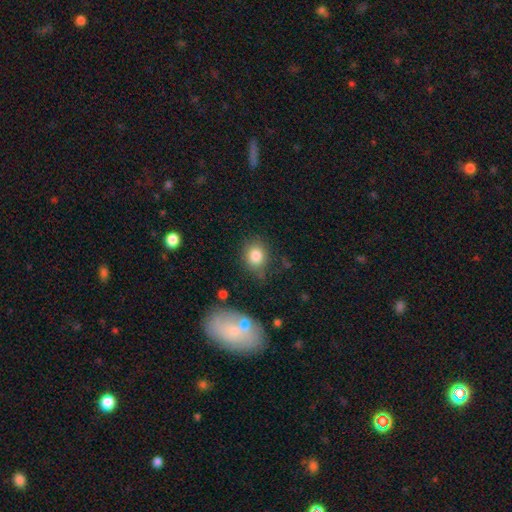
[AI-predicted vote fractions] smooth 83%, star or artifact 9%, featured or disk 8%. Down the decision tree: how rounded — round (63%); merging — none (76%).